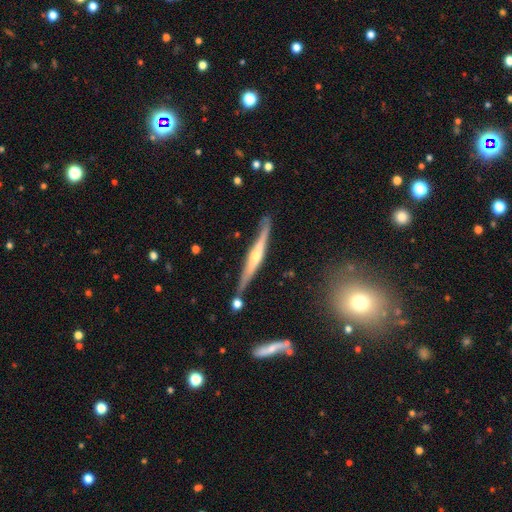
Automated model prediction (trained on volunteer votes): A featured or disk galaxy (76%) viewed edge-on (97%) with a rounded central bulge (82%). Merging: none (80%).